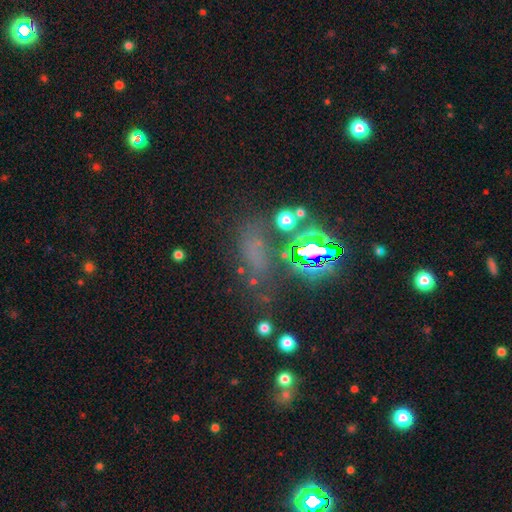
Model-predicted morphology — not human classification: Smooth or featured: star or artifact — 51% (smooth — 35%)